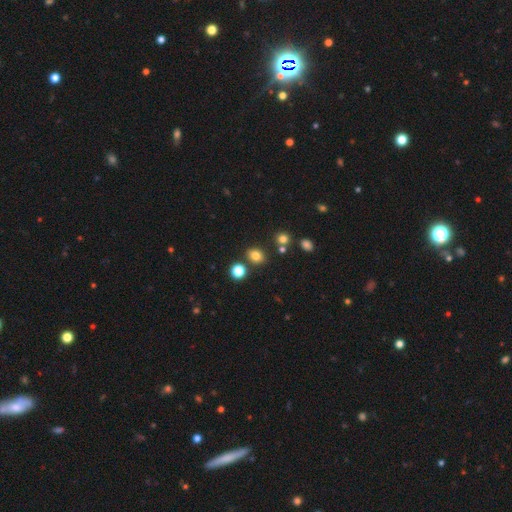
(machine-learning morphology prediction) smooth 79%, star or artifact 15%, featured or disk 6%. Down the decision tree: how rounded — round (52%); merging — none (78%).